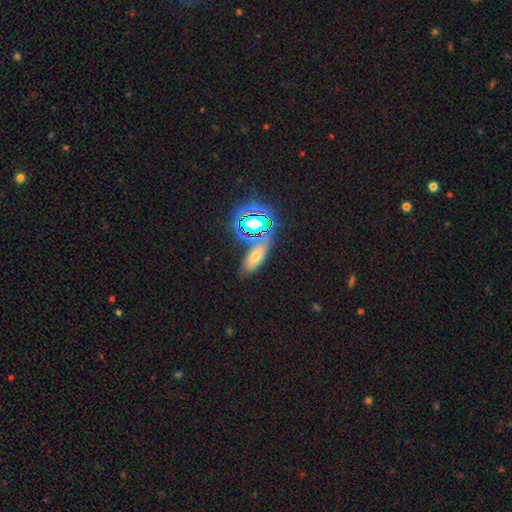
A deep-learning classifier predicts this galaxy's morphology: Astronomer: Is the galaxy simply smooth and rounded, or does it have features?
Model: smooth — 43% (runner-up: star or artifact, 37%).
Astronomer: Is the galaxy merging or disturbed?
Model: none — 65%.